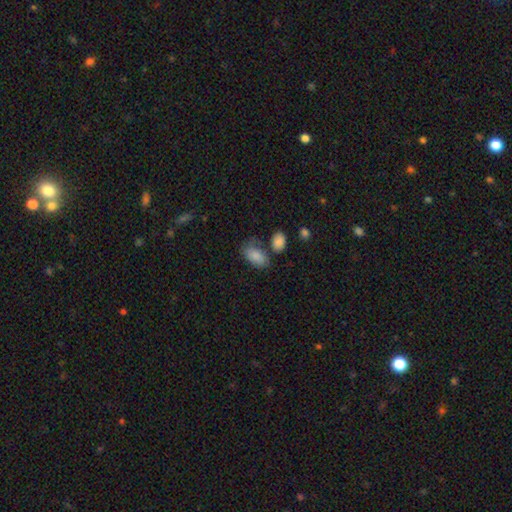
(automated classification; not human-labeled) Overall: smooth (86%). How rounded: in between (94%). Merging: none (55%; minor disturbance 22%).